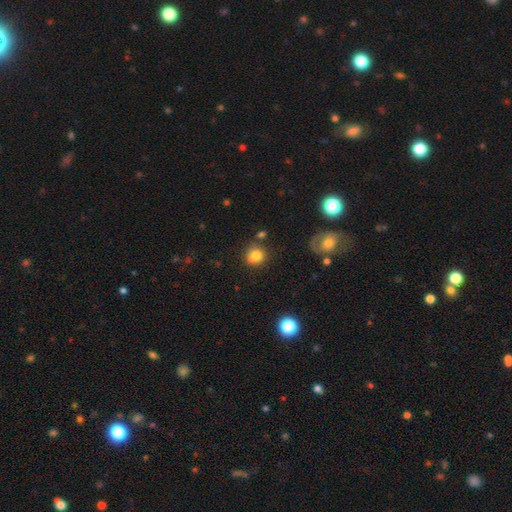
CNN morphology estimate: This appears to be a smooth galaxy with no disk features (81%) that is round (88%). Merging: none (78%).